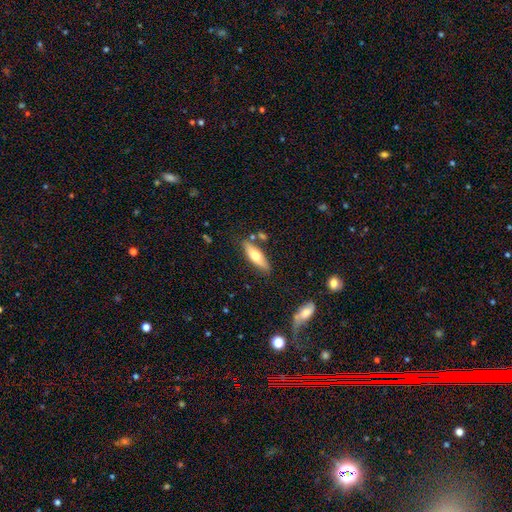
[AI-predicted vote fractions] smooth_or_featured: smooth (p=0.59) [alt: featured or disk p=0.35]
how_rounded: cigar-shaped (p=0.50) [alt: in between p=0.48]
merging: none (p=0.78) [alt: minor disturbance p=0.13]